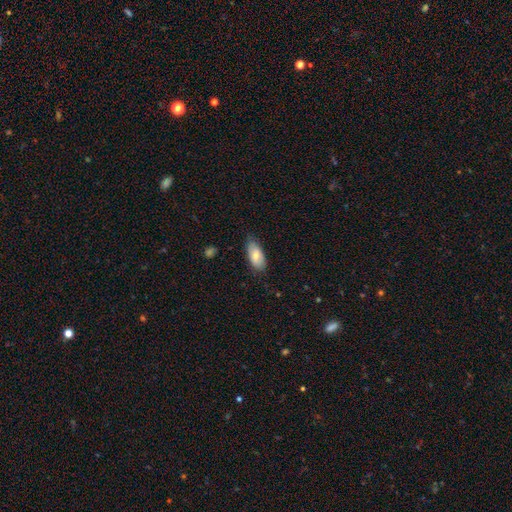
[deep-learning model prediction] This is likely a smooth galaxy (73%). How rounded: clearly in between (90%). Merging: likely none (74%).